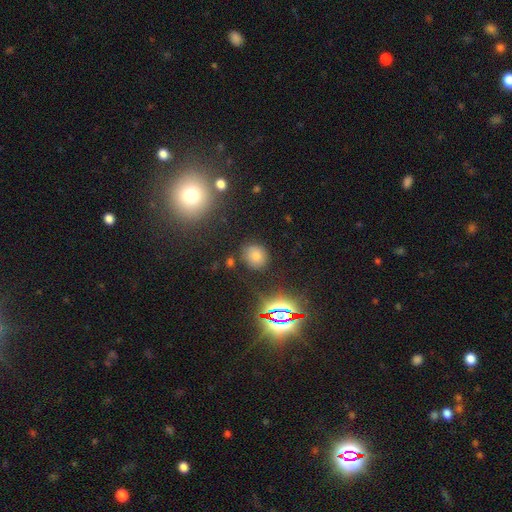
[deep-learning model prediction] A smooth galaxy with no disk features (70%) that is round (75%). Merging: none (82%).